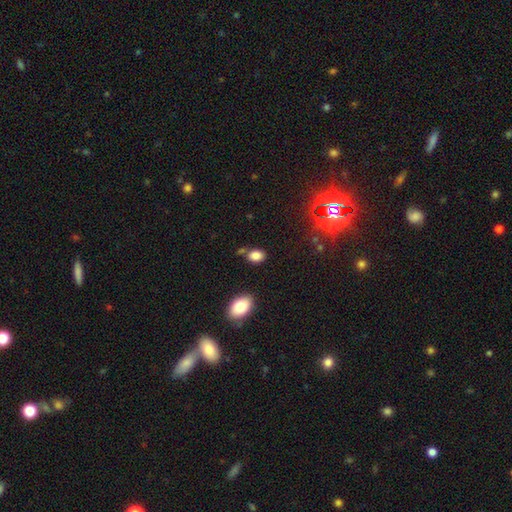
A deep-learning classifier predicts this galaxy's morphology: smooth_or_featured: smooth (p=0.83) [alt: star or artifact p=0.11]
how_rounded: in between (p=0.77) [alt: round p=0.21]
merging: none (p=0.72) [alt: minor disturbance p=0.14]